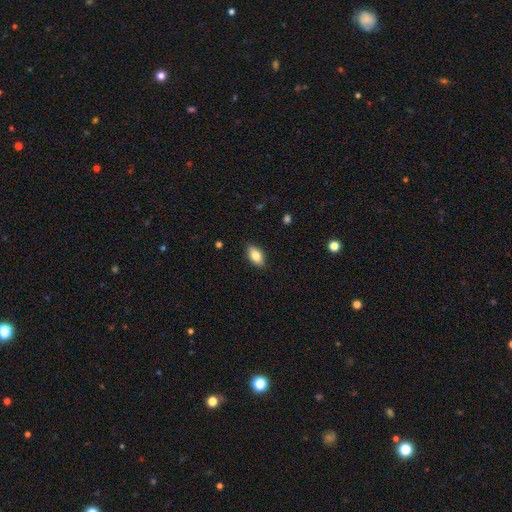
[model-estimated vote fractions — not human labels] smooth_or_featured: smooth (p=0.81) [alt: featured or disk p=0.12]
how_rounded: in between (p=0.90) [alt: round p=0.06]
merging: none (p=0.87) [alt: minor disturbance p=0.10]